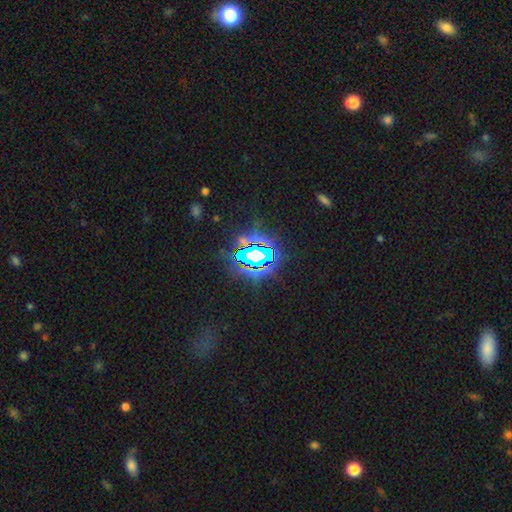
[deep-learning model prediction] A star or artifact, not a galaxy (76%).

Vote fractions:
- Smooth or featured? star or artifact: 76% / smooth: 13% / featured or disk: 11%